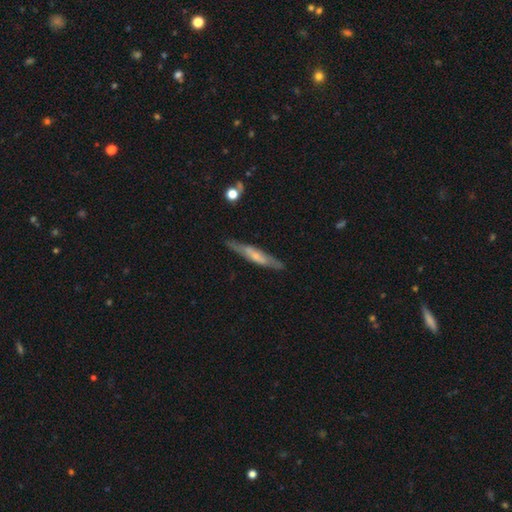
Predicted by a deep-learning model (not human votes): featured or disk 54%, smooth 40%, star or artifact 6%. Down the decision tree: edge-on disk — yes (75%); merging — none (80%).